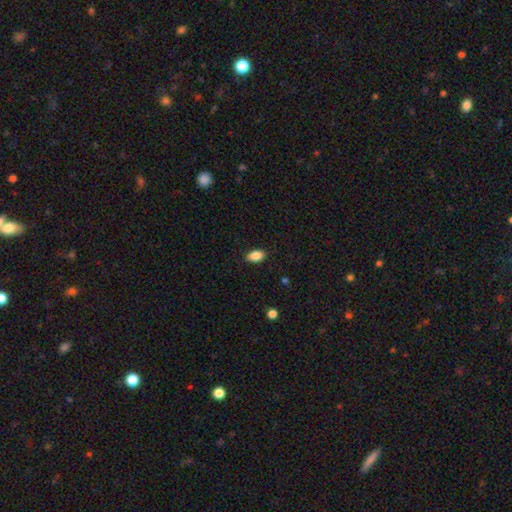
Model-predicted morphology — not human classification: Smooth or featured? smooth (87%)
How rounded? in between (90%)
Merging? none (88%)